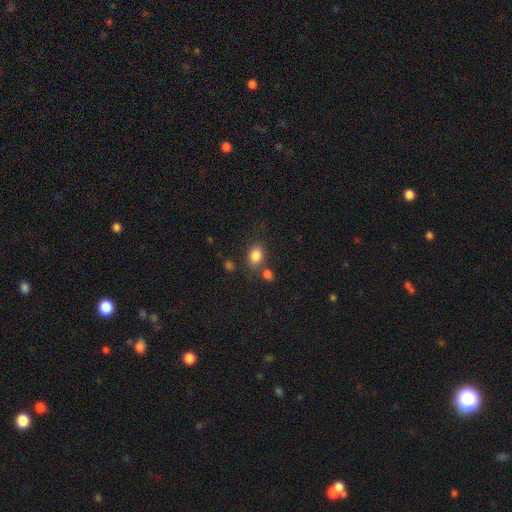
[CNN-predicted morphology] Q: Smooth or featured?
A: smooth (84%); runner-up: star or artifact (10%)
Q: How rounded?
A: in between (63%); runner-up: round (36%)
Q: Merging?
A: none (67%); runner-up: merger (15%)